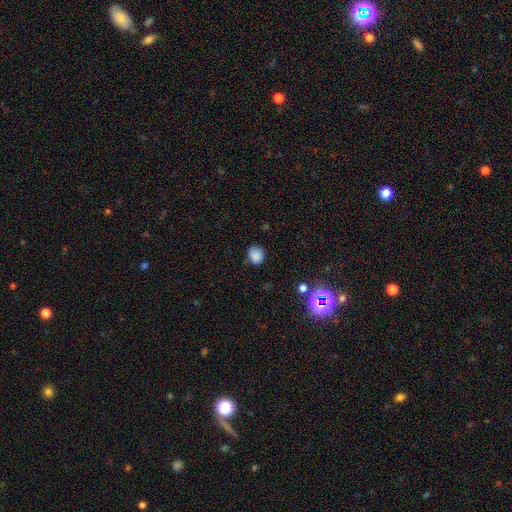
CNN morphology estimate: A smooth galaxy with no disk features (84%) that is round (74%).

Vote fractions:
- Smooth or featured? smooth: 84% / star or artifact: 12% / featured or disk: 5%
- How rounded? round: 74% / in between: 25% / cigar-shaped: 1%
- Merging? none: 78% / minor disturbance: 17% / major disturbance: 4% / merger: 2%